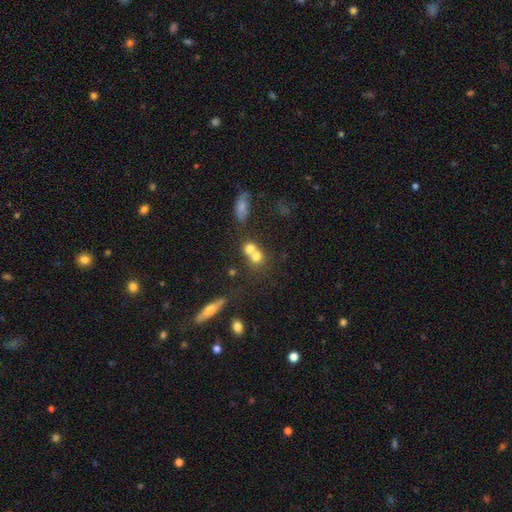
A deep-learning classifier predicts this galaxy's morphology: This is likely a smooth galaxy (71%). How rounded: likely round (76%). Merging: possibly merger (59%).